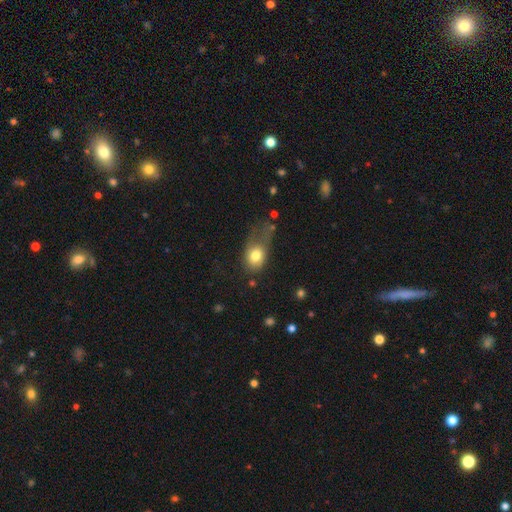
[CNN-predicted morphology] type=smooth (77%); roundness=in between (68%); merging=major disturbance (42%).